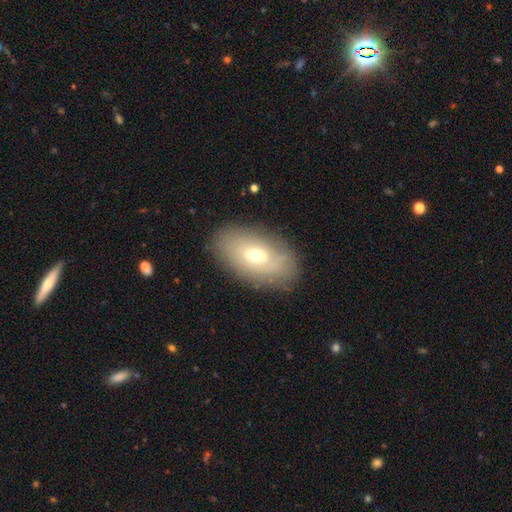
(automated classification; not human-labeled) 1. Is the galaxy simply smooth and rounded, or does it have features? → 50% smooth, 40% featured or disk, 10% star or artifact.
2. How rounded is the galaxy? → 90% in between, 7% round, 2% cigar-shaped.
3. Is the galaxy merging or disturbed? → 82% none, 13% minor disturbance, 4% major disturbance, 1% merger.